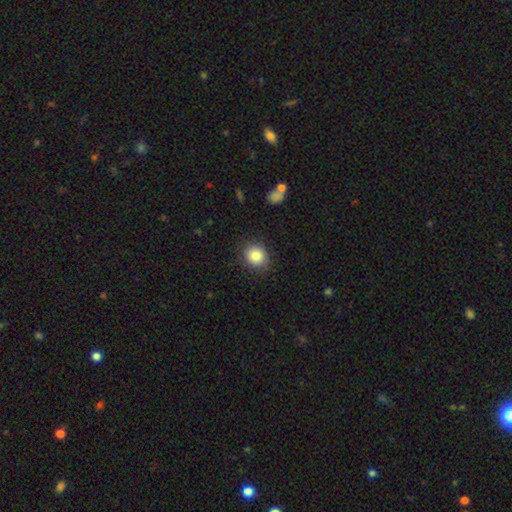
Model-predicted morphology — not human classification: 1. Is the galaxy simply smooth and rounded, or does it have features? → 83% smooth, 10% star or artifact, 8% featured or disk.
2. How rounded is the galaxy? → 77% round, 22% in between, 1% cigar-shaped.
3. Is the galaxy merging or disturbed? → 85% none, 11% minor disturbance, 3% major disturbance, 1% merger.